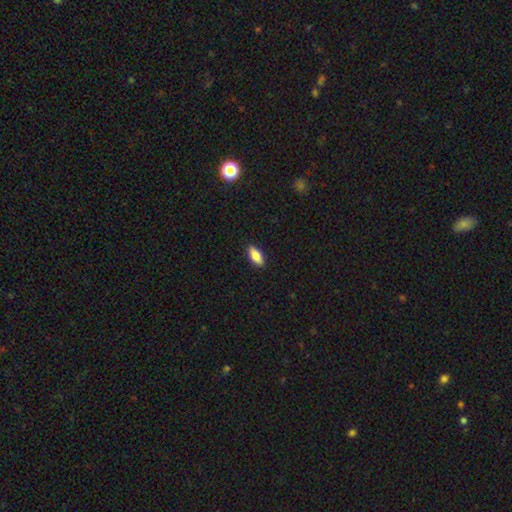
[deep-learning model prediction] This appears to be a smooth galaxy with no disk features (80%) that is in between round and cigar-shaped (78%). Merging: none (89%).